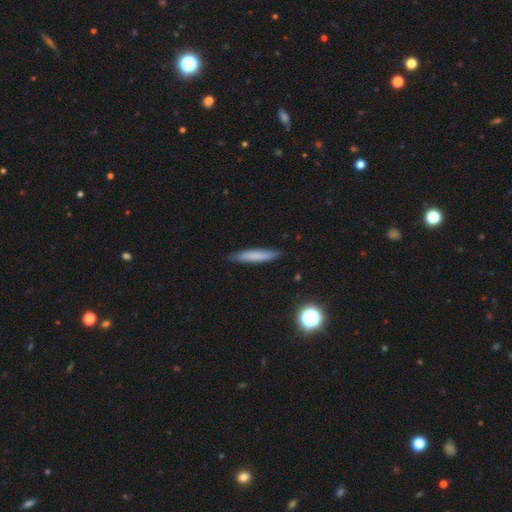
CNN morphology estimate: The model was most divided on "smooth or featured": smooth: 72%, featured or disk: 20%, star or artifact: 8%. More confident: how rounded — cigar-shaped (91%); merging — none (86%).